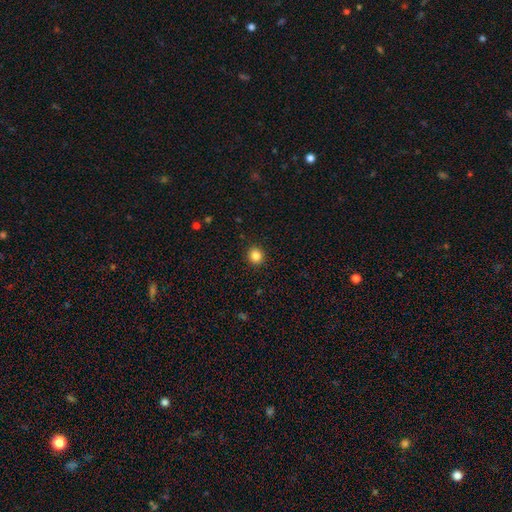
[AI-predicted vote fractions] smooth-or-featured: smooth: 86% | star or artifact: 11% | featured or disk: 3%
  how-rounded: round: 87% | in between: 12% | cigar-shaped: 1%
  merging: none: 92% | minor disturbance: 5% | major disturbance: 2% | merger: 1%